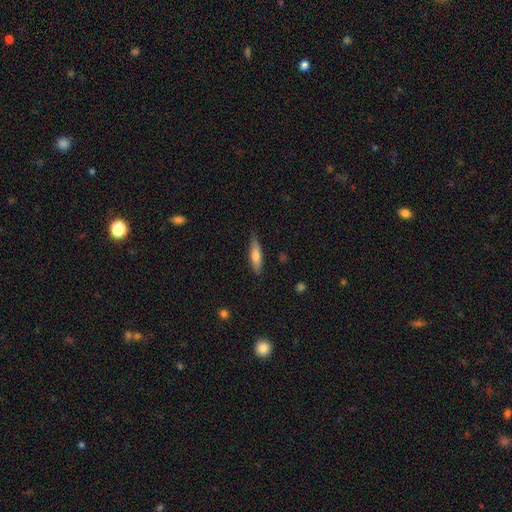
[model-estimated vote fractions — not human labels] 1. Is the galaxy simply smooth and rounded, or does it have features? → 68% smooth, 26% featured or disk, 6% star or artifact.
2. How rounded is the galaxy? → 70% cigar-shaped, 28% in between, 2% round.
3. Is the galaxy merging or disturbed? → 81% none, 15% minor disturbance, 3% major disturbance, 1% merger.